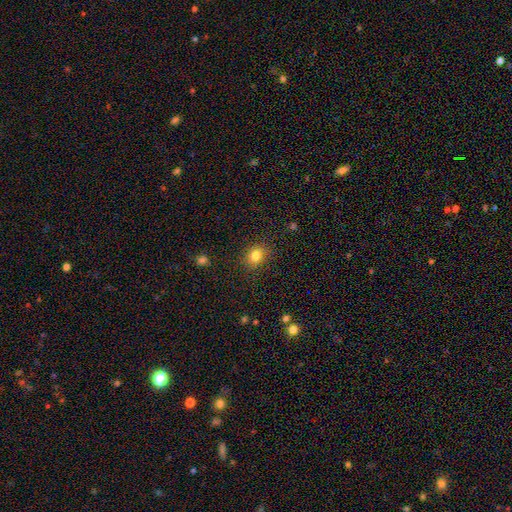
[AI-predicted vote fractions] smooth-or-featured: smooth: 82% | star or artifact: 12% | featured or disk: 6%
  how-rounded: round: 64% | in between: 35% | cigar-shaped: 1%
  merging: none: 87% | minor disturbance: 9% | major disturbance: 3% | merger: 1%